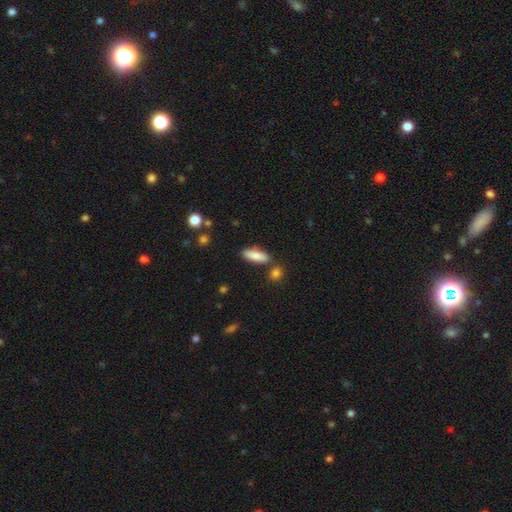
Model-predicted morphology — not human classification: type=smooth (83%); roundness=in between (59%); merging=none (78%).